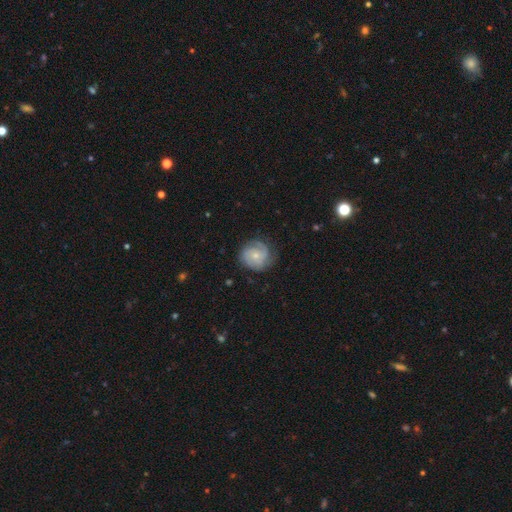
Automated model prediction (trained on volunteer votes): The model was most divided on "spiral arm count": 2: 37%, can't tell: 24%, 3: 23%, 1: 7%, 4: 5%, more than 4: 4%. More confident: edge-on disk — no (98%); spiral arms — yes (92%); bar — no (74%); merging — none (73%); smooth or featured — featured or disk (71%); bulge size — small (65%); spiral winding — tight (56%).